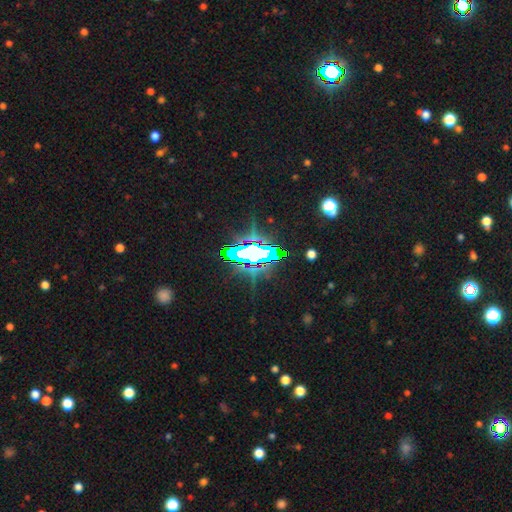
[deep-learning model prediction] Smooth or featured? Predicted: star or artifact (p=0.67).